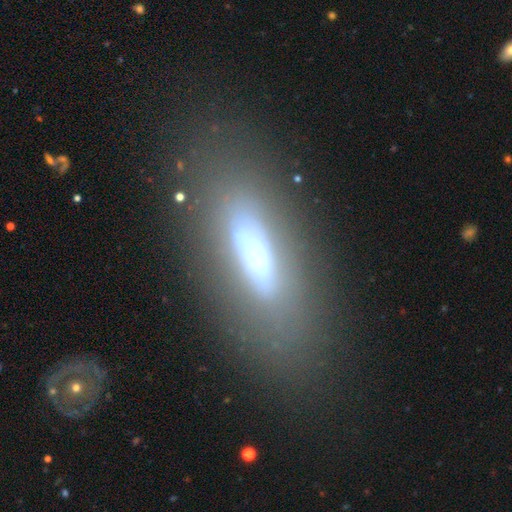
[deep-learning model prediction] Smooth or featured?
  - featured or disk: 47% *
  - smooth: 41%
  - star or artifact: 12%
Merging?
  - none: 74% *
  - minor disturbance: 13%
  - major disturbance: 10%
  - merger: 3%